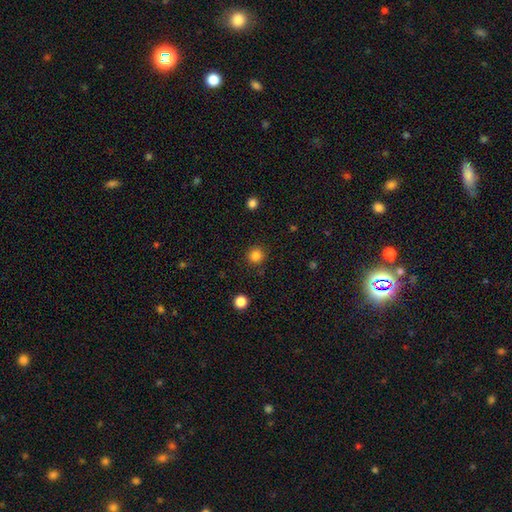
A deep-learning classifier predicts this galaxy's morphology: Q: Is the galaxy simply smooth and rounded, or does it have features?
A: smooth — 84%.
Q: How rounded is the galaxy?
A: round — 94%.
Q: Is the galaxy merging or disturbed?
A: none — 89%.